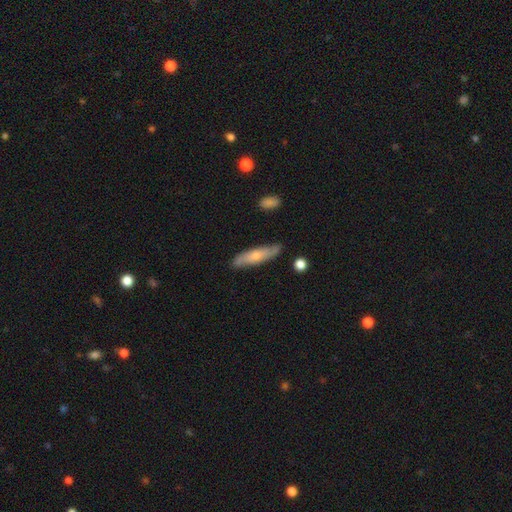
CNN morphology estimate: Smooth or featured? smooth (55%)
How rounded? cigar-shaped (71%)
Merging? none (80%)